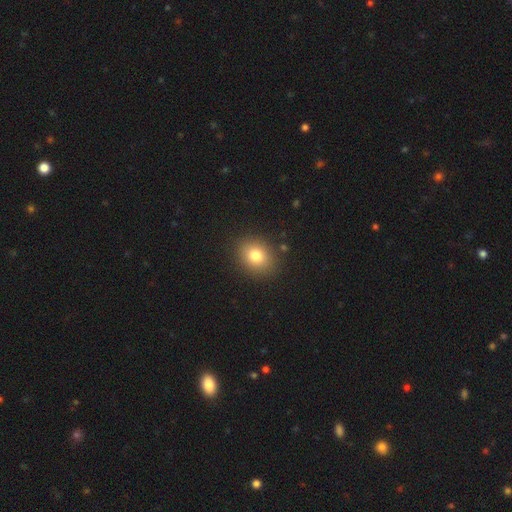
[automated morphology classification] smooth_or_featured: smooth (p=0.80) [alt: star or artifact p=0.11]
how_rounded: round (p=0.55) [alt: in between p=0.45]
merging: none (p=0.87) [alt: minor disturbance p=0.08]